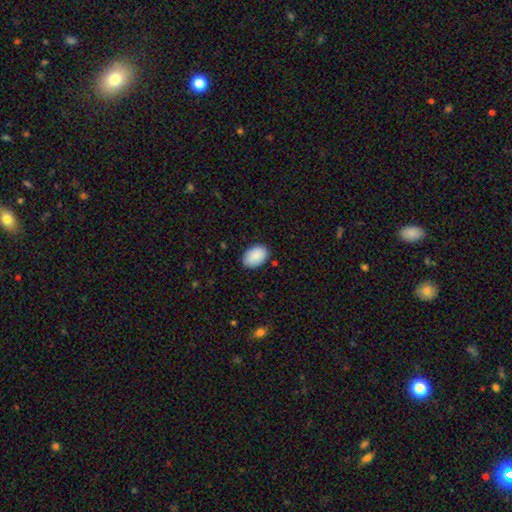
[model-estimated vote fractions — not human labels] Overall: smooth (90%). How rounded: in between (86%). Merging: none (86%).